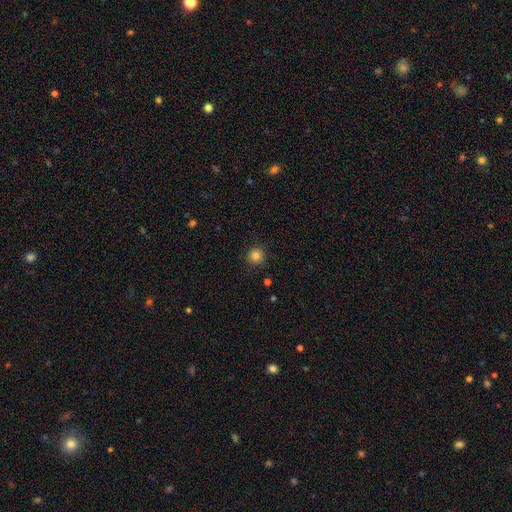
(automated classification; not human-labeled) A smooth galaxy with no disk features (83%) that is round (94%).

Vote fractions:
- Smooth or featured? smooth: 83% / star or artifact: 12% / featured or disk: 5%
- How rounded? round: 94% / in between: 5% / cigar-shaped: 1%
- Merging? none: 89% / minor disturbance: 8% / major disturbance: 2% / merger: 1%